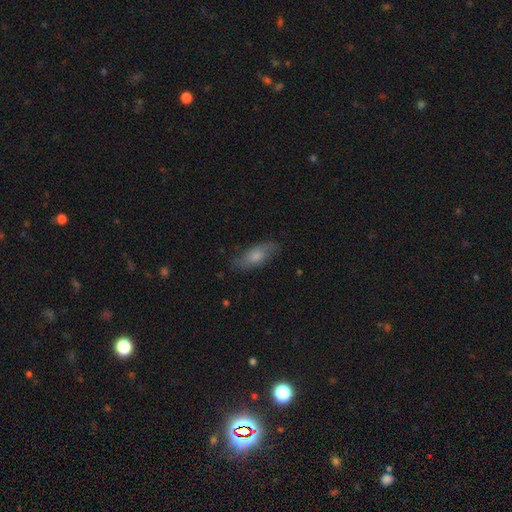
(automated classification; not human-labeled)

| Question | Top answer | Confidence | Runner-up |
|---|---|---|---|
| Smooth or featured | smooth | 70% | featured or disk (23%) |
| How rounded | in between | 74% | cigar-shaped (23%) |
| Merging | none | 77% | minor disturbance (18%) |